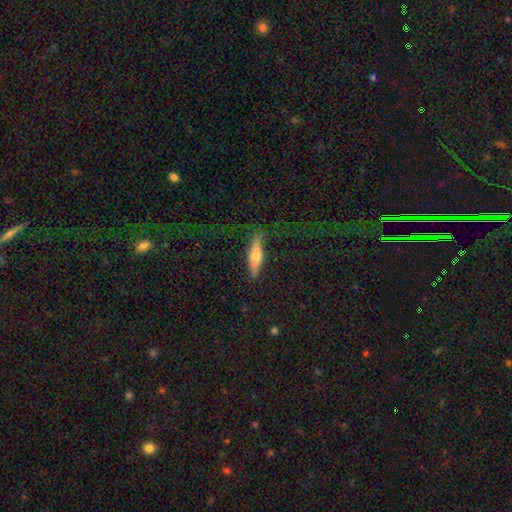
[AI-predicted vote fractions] Smooth or featured? Predicted: smooth (p=0.51). How rounded? Predicted: cigar-shaped (p=0.78). Merging? Predicted: none (p=0.85).